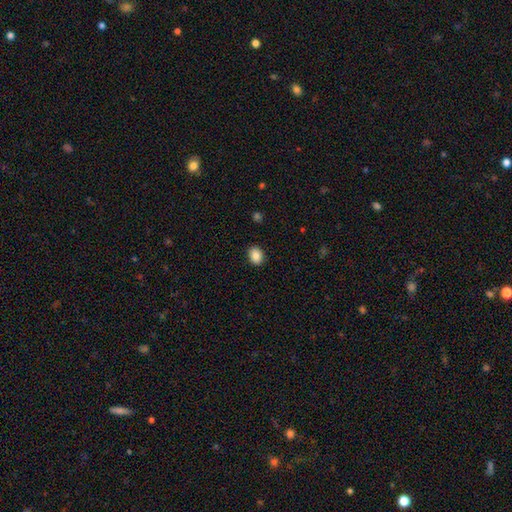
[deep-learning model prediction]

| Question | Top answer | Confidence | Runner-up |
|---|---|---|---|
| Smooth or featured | smooth | 87% | star or artifact (8%) |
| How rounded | in between | 63% | round (36%) |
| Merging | none | 89% | minor disturbance (8%) |